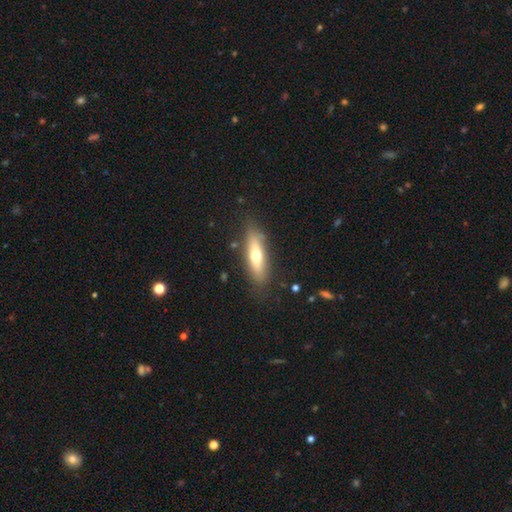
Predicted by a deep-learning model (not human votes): A smooth galaxy with no disk features (58%) that is cigar-shaped (57%). Merging: none (83%).